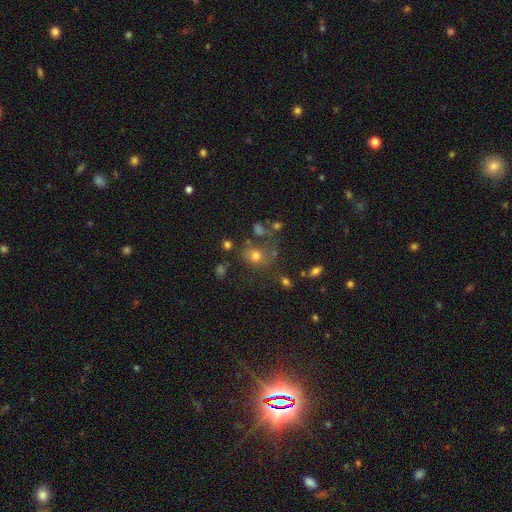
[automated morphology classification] Smooth or featured? smooth (70%)
How rounded? round (68%)
Merging? none (59%)